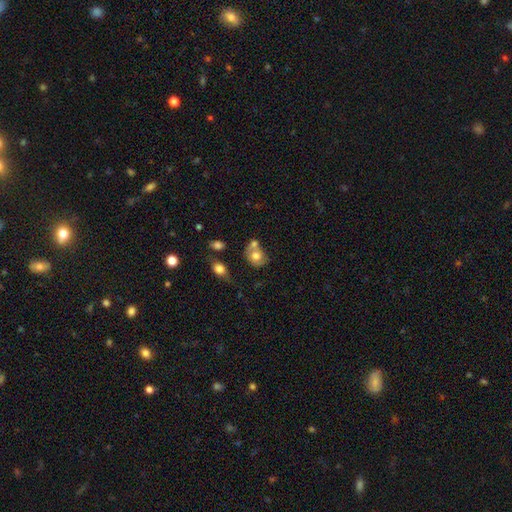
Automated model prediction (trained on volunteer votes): A smooth galaxy with no disk features (66%) that is round (61%).

Vote fractions:
- Smooth or featured? smooth: 66% / featured or disk: 25% / star or artifact: 9%
- How rounded? round: 61% / in between: 38% / cigar-shaped: 1%
- Merging? merger: 39% / none: 36% / minor disturbance: 16% / major disturbance: 8%